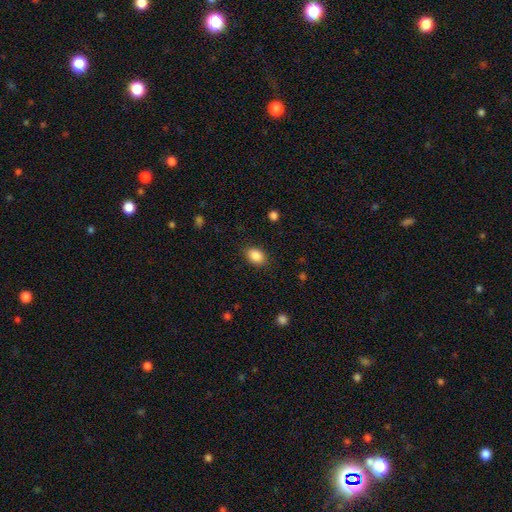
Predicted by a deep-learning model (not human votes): Overall: smooth (88%). How rounded: in between (75%). Merging: none (86%).